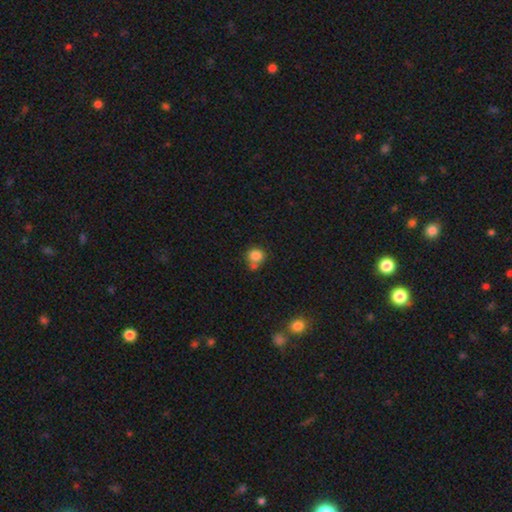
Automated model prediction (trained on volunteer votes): Overall: smooth (82%). How rounded: round (80%). Merging: none (52%; merger 23%).